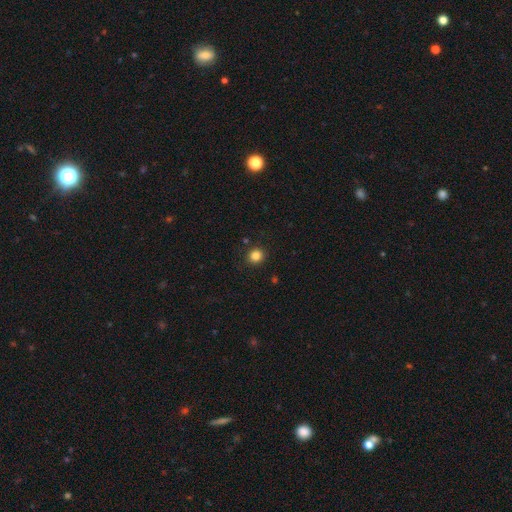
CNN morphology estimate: Q: Smooth or featured?
A: smooth (83%); runner-up: star or artifact (13%)
Q: How rounded?
A: round (91%); runner-up: in between (8%)
Q: Merging?
A: none (91%); runner-up: minor disturbance (6%)